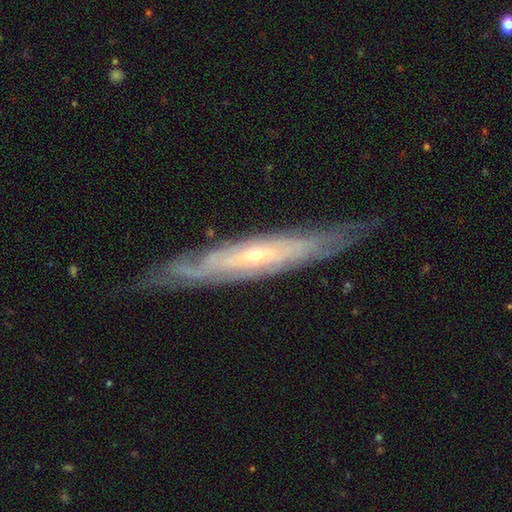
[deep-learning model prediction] The model was most divided on "edge-on disk" (2-way tie): no: 50%, yes: 50%. More confident: smooth or featured — featured or disk (82%); merging — none (77%).